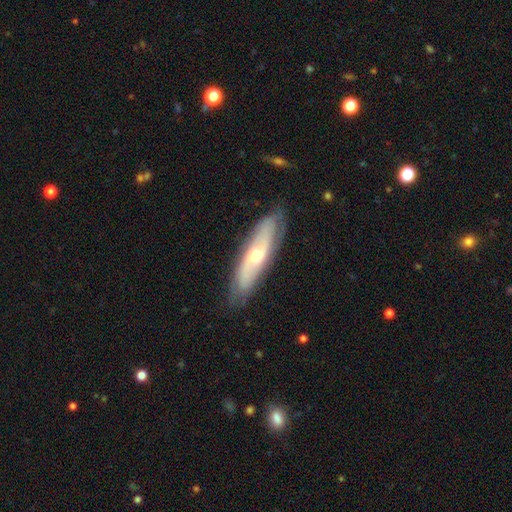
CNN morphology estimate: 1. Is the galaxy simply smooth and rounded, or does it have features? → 65% featured or disk, 29% smooth, 6% star or artifact.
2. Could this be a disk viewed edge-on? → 65% no, 35% yes.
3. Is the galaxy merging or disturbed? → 82% none, 14% minor disturbance, 3% major disturbance, 1% merger.